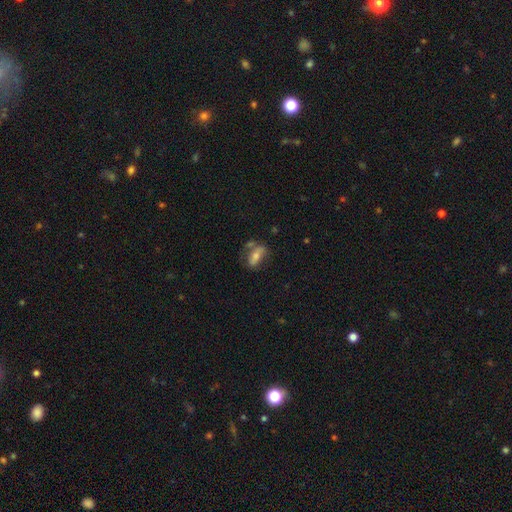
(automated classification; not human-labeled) Smooth or featured: smooth — 55% (featured or disk — 34%)
How rounded: in between — 76% (cigar-shaped — 17%)
Merging: none — 49% (minor disturbance — 21%)